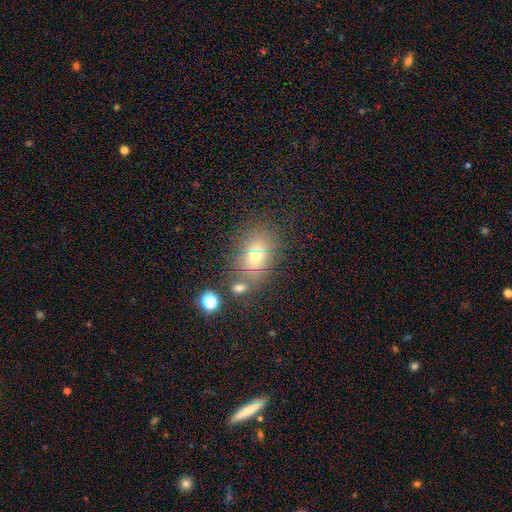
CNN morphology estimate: Smooth or featured: smooth — 64% (star or artifact — 19%)
How rounded: in between — 67% (round — 32%)
Merging: none — 65% (minor disturbance — 15%)